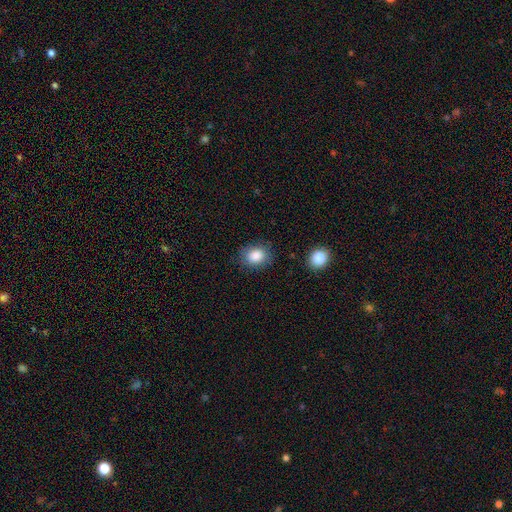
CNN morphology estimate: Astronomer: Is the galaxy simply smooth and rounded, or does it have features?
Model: smooth — 86%.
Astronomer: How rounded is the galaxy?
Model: in between — 50% (runner-up: round, 49%).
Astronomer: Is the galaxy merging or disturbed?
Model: none — 82%.